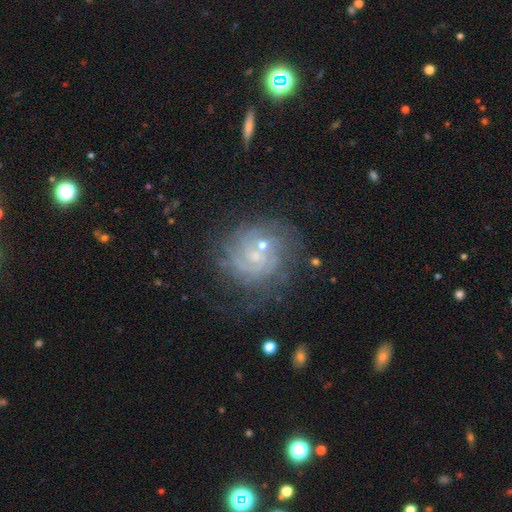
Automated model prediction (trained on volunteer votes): featured or disk 78%, smooth 12%, star or artifact 10%. Down the decision tree: edge-on disk — no (97%); bar — no (67%); spiral arms — yes (92%); spiral arm count — can't tell (43%); spiral winding — tight (71%); bulge size — small (70%); merging — none (64%).